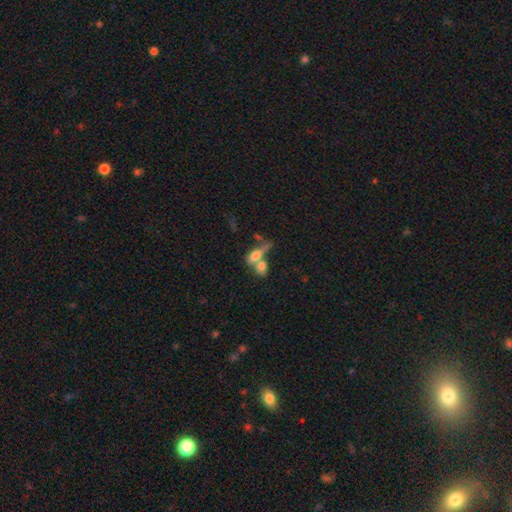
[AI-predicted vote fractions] smooth 63%, featured or disk 28%, star or artifact 9%. Down the decision tree: how rounded — in between (68%); merging — merger (60%).